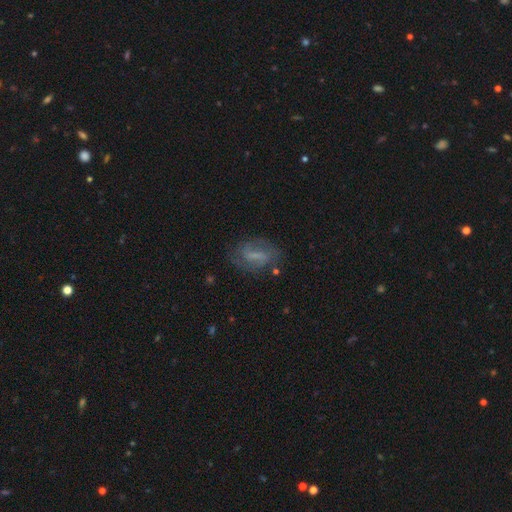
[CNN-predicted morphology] This appears to be a featured or disk galaxy (61%) with a weak bar (50%), spiral arms (80%) and a small central bulge (39%). Merging: none (69%).